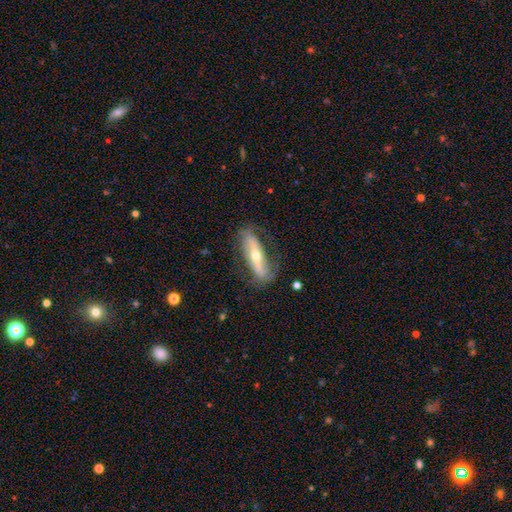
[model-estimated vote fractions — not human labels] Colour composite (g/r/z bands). It shows a featured or disk galaxy (66%). Merging: none (70%).